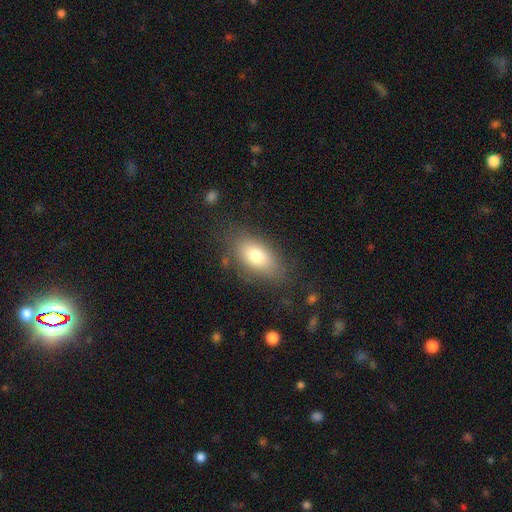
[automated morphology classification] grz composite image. It shows a smooth galaxy with no disk features (76%) that is in between round and cigar-shaped (89%). Merging: none (77%).